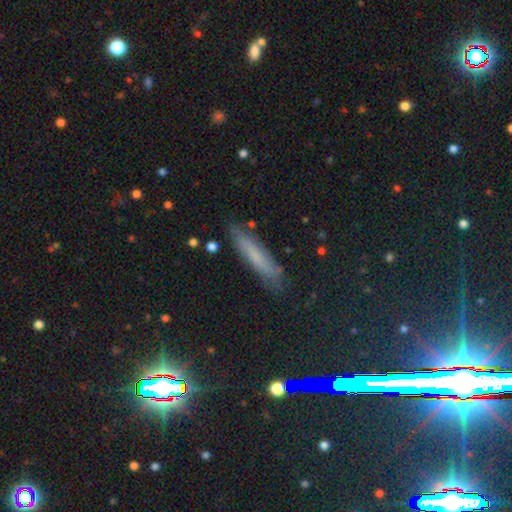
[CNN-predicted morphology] A smooth galaxy with no disk features (55%) that is cigar-shaped (87%).

Vote fractions:
- Smooth or featured? smooth: 55% / featured or disk: 26% / star or artifact: 19%
- How rounded? cigar-shaped: 87% / in between: 11% / round: 2%
- Merging? none: 81% / minor disturbance: 14% / major disturbance: 3% / merger: 2%